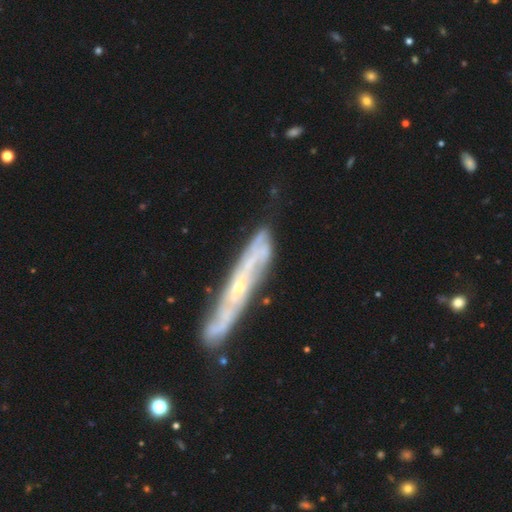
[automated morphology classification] This appears to be a featured or disk galaxy (70%). Merging: none (63%).